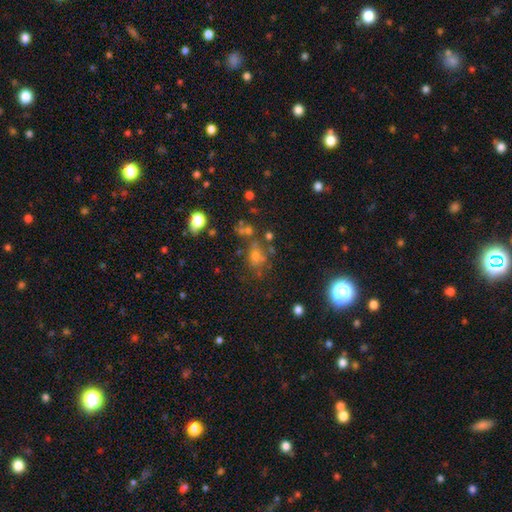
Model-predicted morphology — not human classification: type=smooth (44%); merging=none (52%).